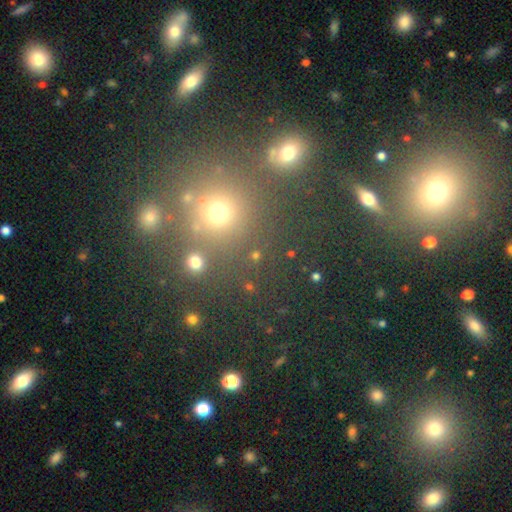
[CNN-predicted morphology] Overall: smooth (56%; star or artifact 35%). How rounded: round (87%). Merging: none (80%).